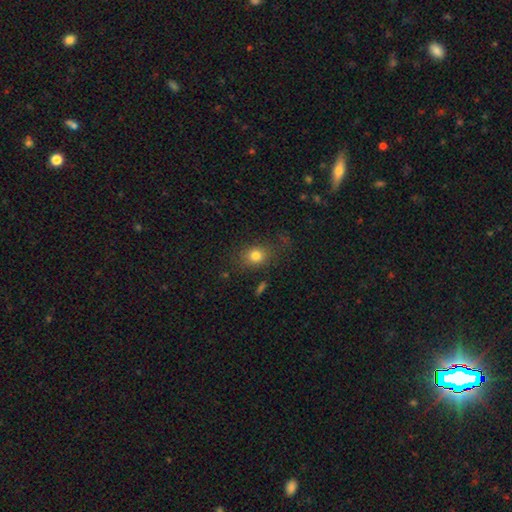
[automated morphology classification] Q: Smooth or featured?
A: smooth (80%); runner-up: star or artifact (12%)
Q: How rounded?
A: round (54%); runner-up: in between (44%)
Q: Merging?
A: none (73%); runner-up: minor disturbance (16%)